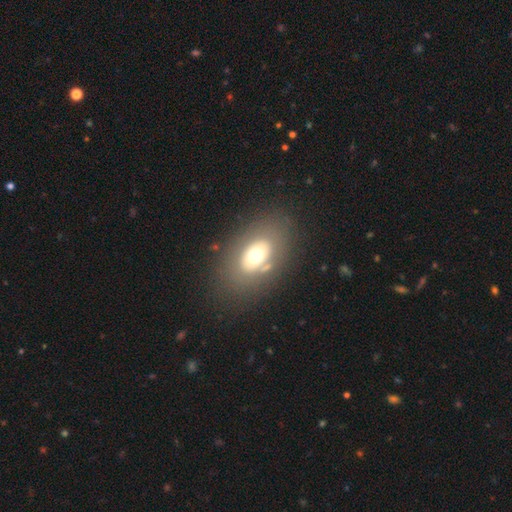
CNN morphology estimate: This is possibly a smooth galaxy (53%). How rounded: likely in between (79%). Merging: likely none (75%).